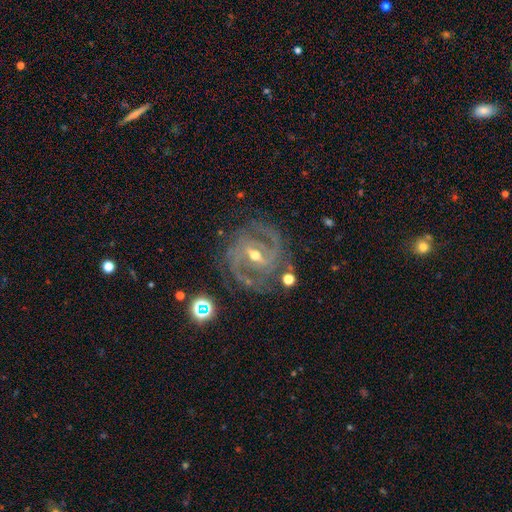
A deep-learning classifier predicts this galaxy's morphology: smooth-or-featured: featured or disk: 90% | star or artifact: 7% | smooth: 4%
  disk-edge-on: no: 97% | yes: 3%
    bar: weak: 41% | strong: 39% | no: 21%
    has-spiral-arms: yes: 98% | no: 2%
      spiral-winding: tight: 47% | medium: 45% | loose: 8%
      spiral-arm-count: 2: 69% | 3: 16% | can't tell: 6% | 4: 3% | 1: 3% | more than 4: 3%
    bulge-size: small: 54% | moderate: 43% | large: 1% | none: 1% | dominant: 1%
  merging: none: 78% | minor disturbance: 14% | major disturbance: 5% | merger: 3%